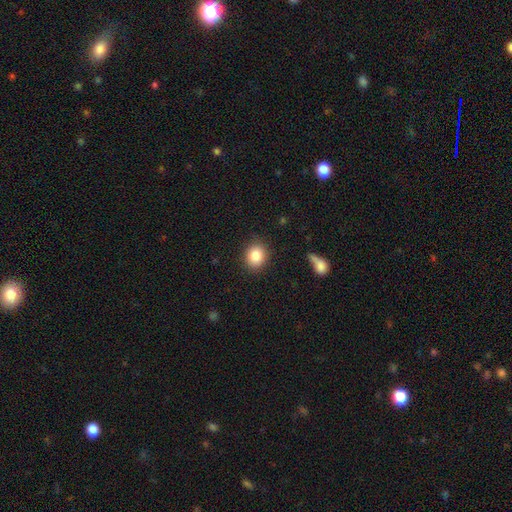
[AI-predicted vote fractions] This appears to be a smooth galaxy with no disk features (86%) that is round (68%). Merging: none (87%).